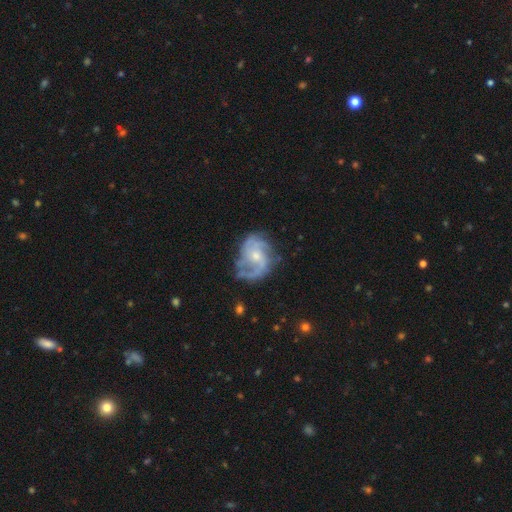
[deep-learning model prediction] smooth-or-featured: featured or disk: 86% | smooth: 8% | star or artifact: 6%
  disk-edge-on: no: 98% | yes: 2%
    bar: no: 61% | weak: 33% | strong: 6%
    has-spiral-arms: yes: 95% | no: 5%
      spiral-winding: medium: 49% | tight: 27% | loose: 24%
      spiral-arm-count: 2: 54% | 3: 18% | can't tell: 15% | 1: 5% | 4: 4% | more than 4: 4%
    bulge-size: small: 51% | moderate: 43% | none: 3% | large: 2% | dominant: 1%
  merging: none: 64% | minor disturbance: 22% | major disturbance: 12% | merger: 2%